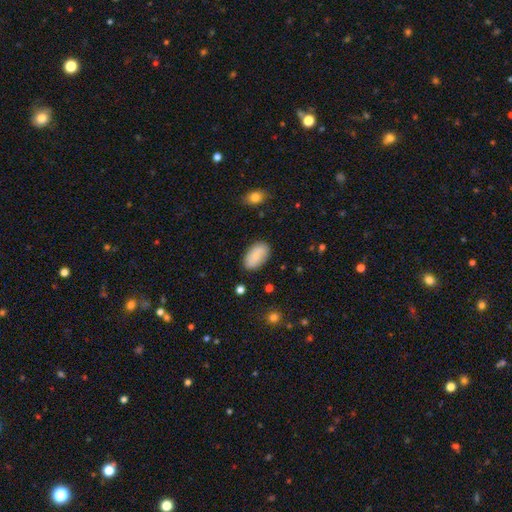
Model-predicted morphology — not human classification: A smooth galaxy with no disk features (76%) that is in between round and cigar-shaped (94%).

Vote fractions:
- Smooth or featured? smooth: 76% / featured or disk: 17% / star or artifact: 7%
- How rounded? in between: 94% / round: 5% / cigar-shaped: 2%
- Merging? none: 81% / minor disturbance: 14% / major disturbance: 3% / merger: 2%